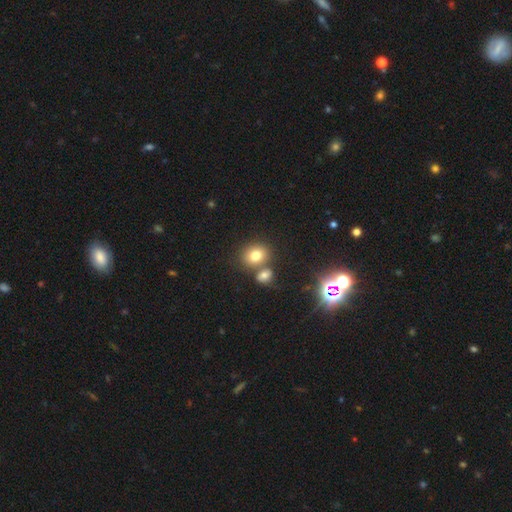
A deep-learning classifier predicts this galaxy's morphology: type=smooth (74%); roundness=round (58%); merging=none (59%).